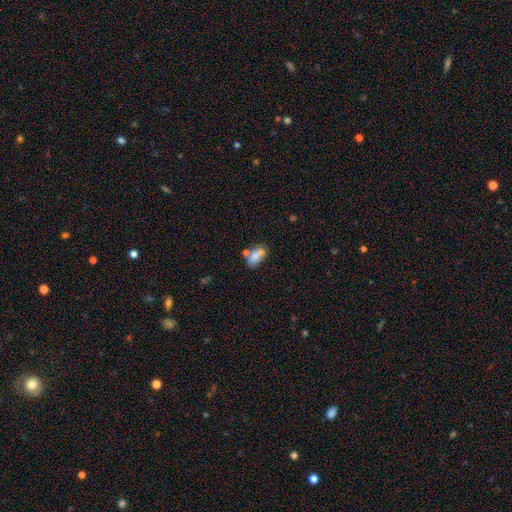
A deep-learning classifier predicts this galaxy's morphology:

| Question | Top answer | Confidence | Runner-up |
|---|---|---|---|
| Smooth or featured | smooth | 75% | featured or disk (16%) |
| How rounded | in between | 87% | cigar-shaped (7%) |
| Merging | none | 49% | merger (25%) |